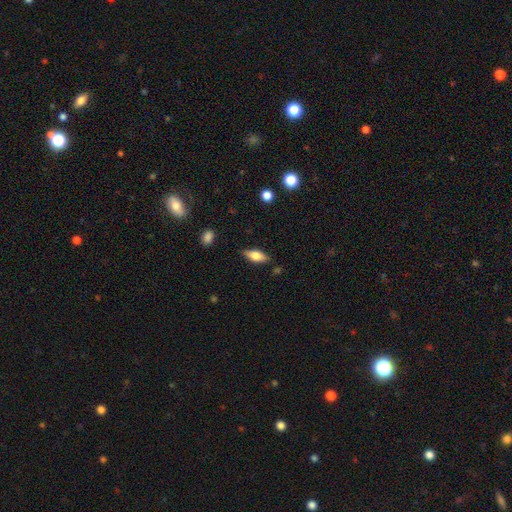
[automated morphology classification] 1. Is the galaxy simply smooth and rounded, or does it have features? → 68% smooth, 25% featured or disk, 7% star or artifact.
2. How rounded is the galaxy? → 78% in between, 19% cigar-shaped, 3% round.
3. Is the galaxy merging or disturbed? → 82% none, 13% minor disturbance, 3% major disturbance, 2% merger.